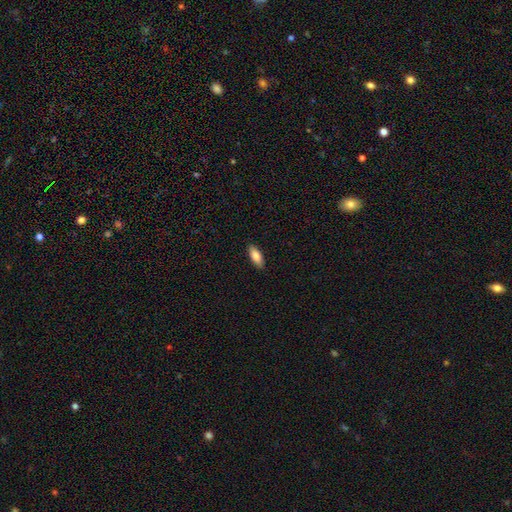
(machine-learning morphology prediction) type=smooth (81%); roundness=in between (75%); merging=none (89%).